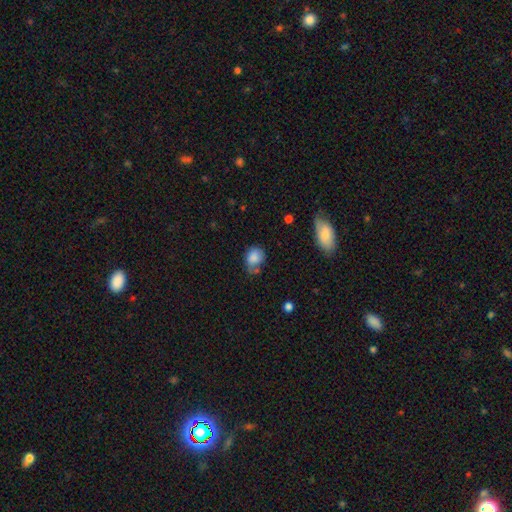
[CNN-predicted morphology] Smooth or featured? smooth (81%)
How rounded? in between (51%)
Merging? none (43%)